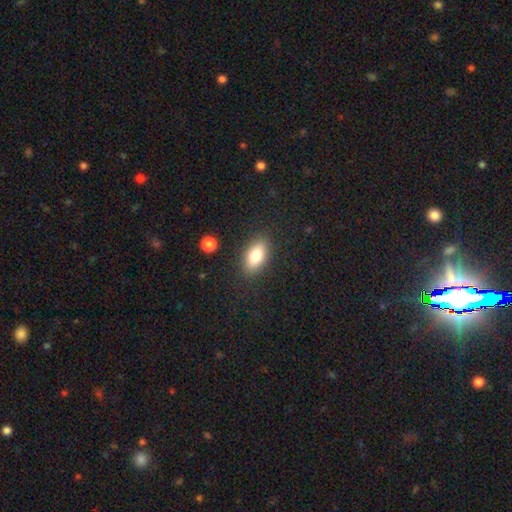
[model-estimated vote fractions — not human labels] The model was most divided on "smooth or featured": smooth: 80%, featured or disk: 12%, star or artifact: 8%. More confident: how rounded — in between (89%); merging — none (86%).